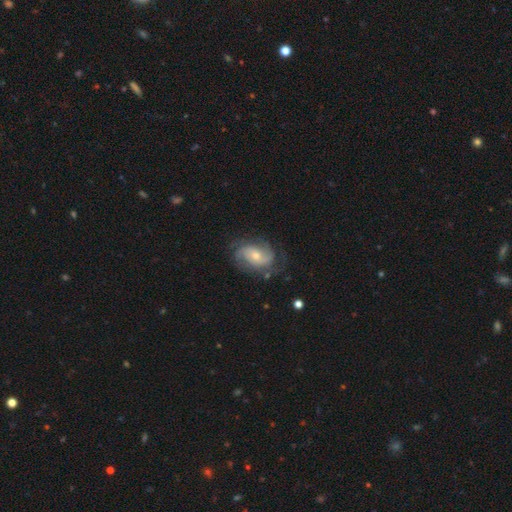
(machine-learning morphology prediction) Q: Smooth or featured?
A: featured or disk (78%); runner-up: smooth (16%)
Q: Edge-on disk?
A: no (97%); runner-up: yes (3%)
Q: Bar?
A: no (60%); runner-up: weak (33%)
Q: Spiral arms?
A: yes (93%); runner-up: no (7%)
Q: Spiral winding?
A: medium (44%); runner-up: tight (34%)
Q: Spiral arm count?
A: 2 (54%); runner-up: can't tell (19%)
Q: Bulge size?
A: small (47%); runner-up: moderate (46%)
Q: Merging?
A: none (65%); runner-up: minor disturbance (21%)